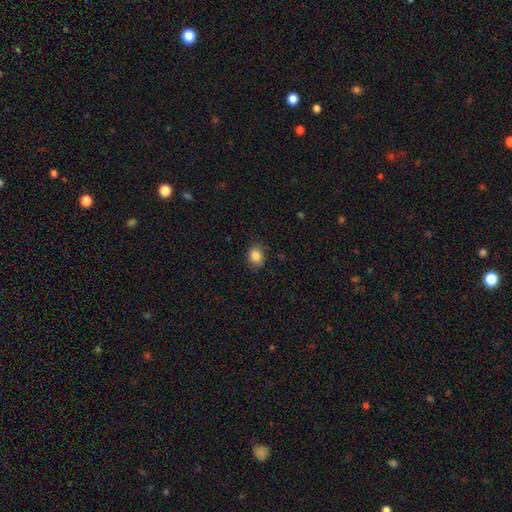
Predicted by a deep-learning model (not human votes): smooth_or_featured: smooth (p=0.85) [alt: star or artifact p=0.10]
how_rounded: round (p=0.57) [alt: in between p=0.42]
merging: none (p=0.81) [alt: minor disturbance p=0.14]